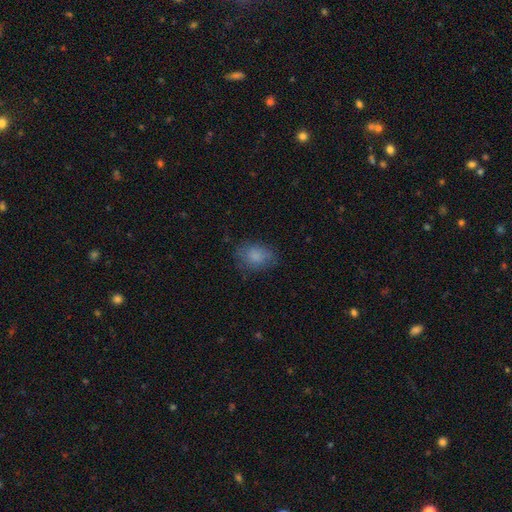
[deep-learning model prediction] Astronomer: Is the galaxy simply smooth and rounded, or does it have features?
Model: smooth — 82%.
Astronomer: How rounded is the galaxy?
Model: in between — 71%.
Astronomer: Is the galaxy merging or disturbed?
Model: none — 73%.